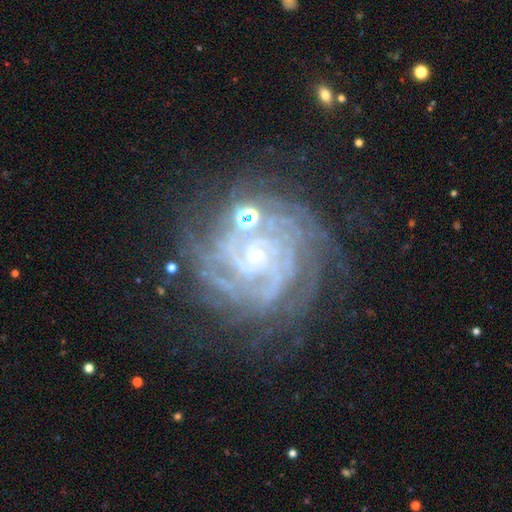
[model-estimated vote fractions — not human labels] smooth_or_featured: featured or disk (p=0.88) [alt: star or artifact p=0.08]
disk_edge_on: no (p=0.98) [alt: yes p=0.02]
bar: no (p=0.72) [alt: weak p=0.20]
has_spiral_arms: yes (p=0.98) [alt: no p=0.02]
spiral_winding: tight (p=0.80) [alt: medium p=0.17]
spiral_arm_count: can't tell (p=0.23) [tied with: 4 p=0.23]
bulge_size: small (p=0.82) [alt: moderate p=0.13]
merging: none (p=0.68) [alt: minor disturbance p=0.17]